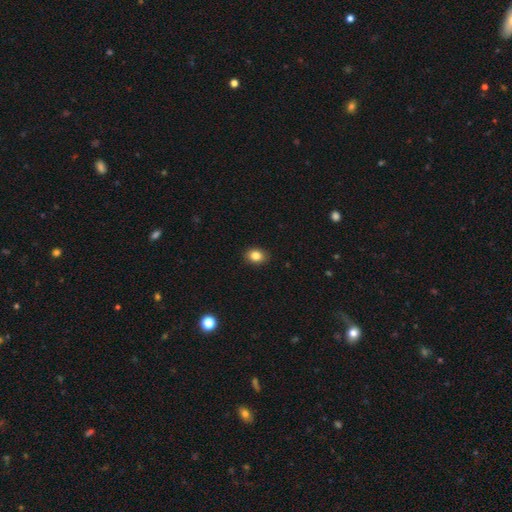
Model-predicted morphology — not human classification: This is clearly a smooth galaxy (84%). How rounded: possibly in between (59%). Merging: clearly none (89%).